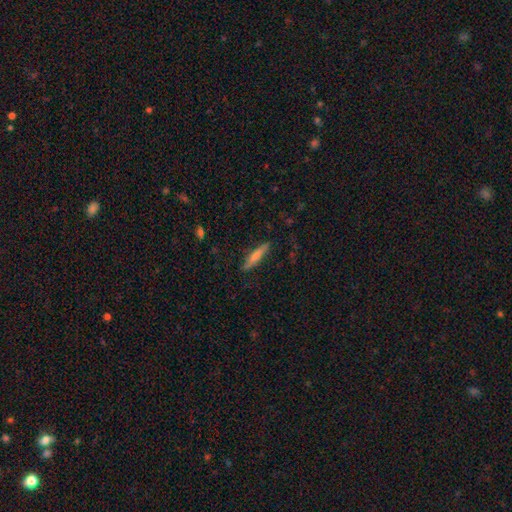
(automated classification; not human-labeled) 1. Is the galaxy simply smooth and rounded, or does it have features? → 55% smooth, 39% featured or disk, 6% star or artifact.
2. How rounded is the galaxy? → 91% cigar-shaped, 7% in between, 2% round.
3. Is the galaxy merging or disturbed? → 86% none, 11% minor disturbance, 2% major disturbance, 1% merger.